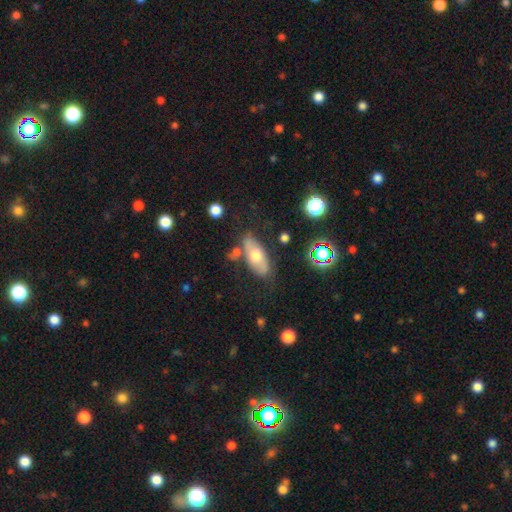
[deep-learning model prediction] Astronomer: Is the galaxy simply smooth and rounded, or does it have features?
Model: smooth — 54% (runner-up: featured or disk, 37%).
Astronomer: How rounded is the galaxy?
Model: in between — 82%.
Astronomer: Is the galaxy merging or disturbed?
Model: none — 67%.